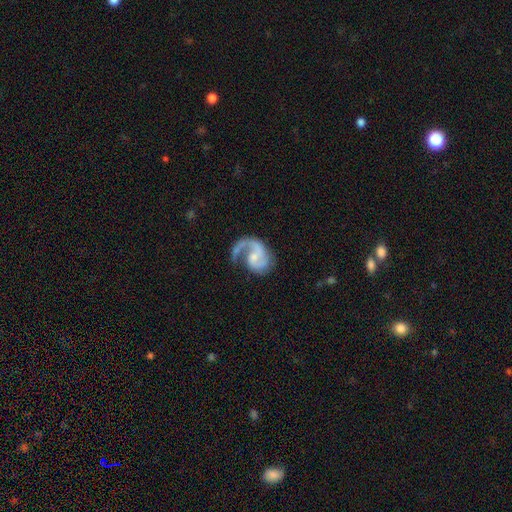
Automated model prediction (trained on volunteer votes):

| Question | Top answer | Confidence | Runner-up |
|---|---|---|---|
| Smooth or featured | featured or disk | 88% | smooth (8%) |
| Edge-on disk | no | 98% | yes (2%) |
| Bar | no | 46% | weak (44%) |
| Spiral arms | yes | 96% | no (4%) |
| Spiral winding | medium | 50% | loose (34%) |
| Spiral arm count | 2 | 61% | 1 (33%) |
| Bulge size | small | 50% | moderate (34%) |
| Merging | none | 47% | major disturbance (28%) |